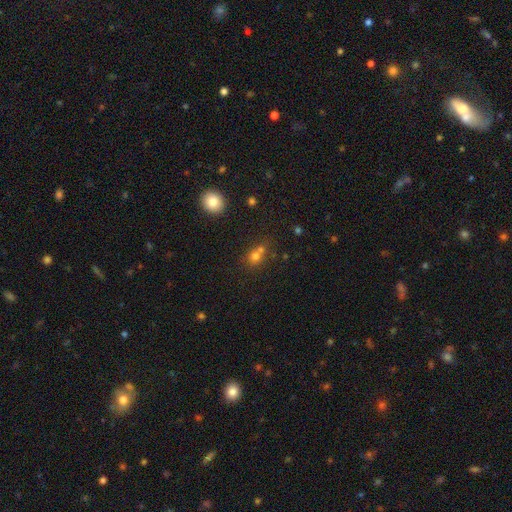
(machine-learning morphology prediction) Smooth or featured?
  - smooth: 71% *
  - star or artifact: 18%
  - featured or disk: 11%
How rounded?
  - round: 78% *
  - in between: 20%
  - cigar-shaped: 1%
Merging?
  - none: 45% *
  - merger: 44%
  - minor disturbance: 8%
  - major disturbance: 4%